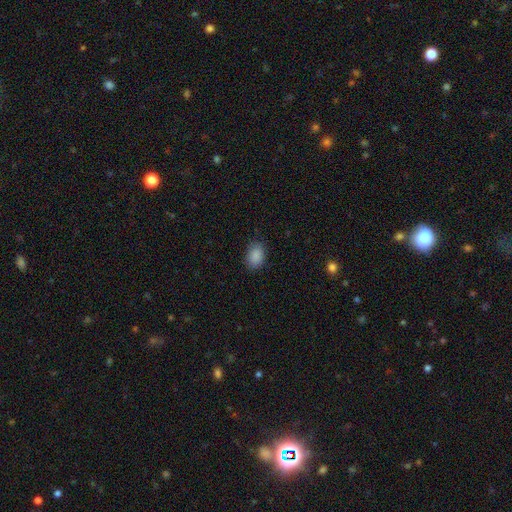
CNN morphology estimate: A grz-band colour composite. It shows a smooth galaxy with no disk features (89%) that is in between round and cigar-shaped (84%). Merging: none (85%).